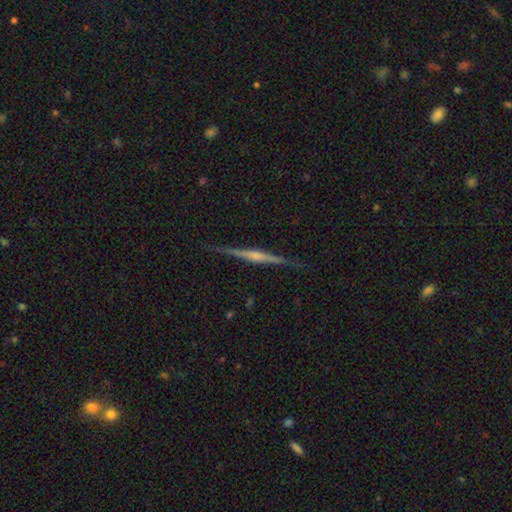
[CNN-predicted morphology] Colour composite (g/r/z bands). It shows a featured or disk galaxy (81%) viewed edge-on (98%) with a rounded central bulge (65%). Merging: none (90%).